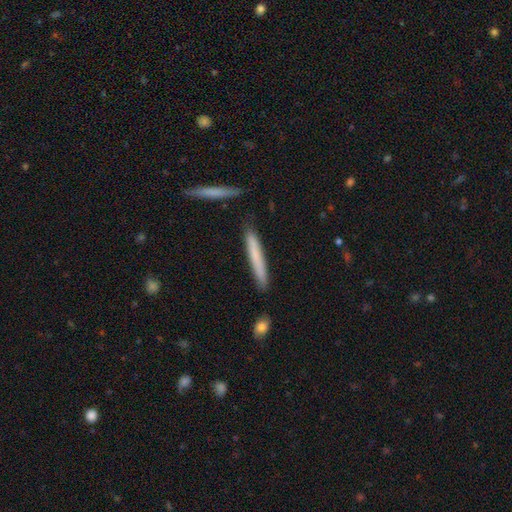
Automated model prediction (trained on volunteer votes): smooth_or_featured: smooth (p=0.69) [alt: featured or disk p=0.25]
how_rounded: cigar-shaped (p=0.96) [alt: in between p=0.03]
merging: none (p=0.87) [alt: minor disturbance p=0.09]